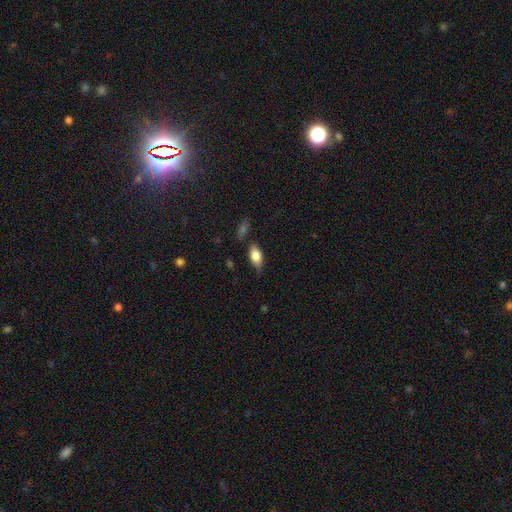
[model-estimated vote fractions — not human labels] Morphology: type=smooth (76%); roundness=in between (87%); merging=none (73%).